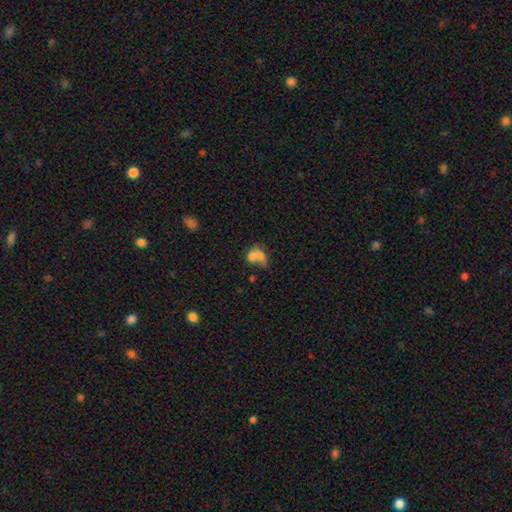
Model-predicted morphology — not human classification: smooth-or-featured: smooth: 69% | featured or disk: 20% | star or artifact: 10%
  how-rounded: in between: 63% | round: 34% | cigar-shaped: 3%
  merging: merger: 66% | none: 18% | major disturbance: 8% | minor disturbance: 8%